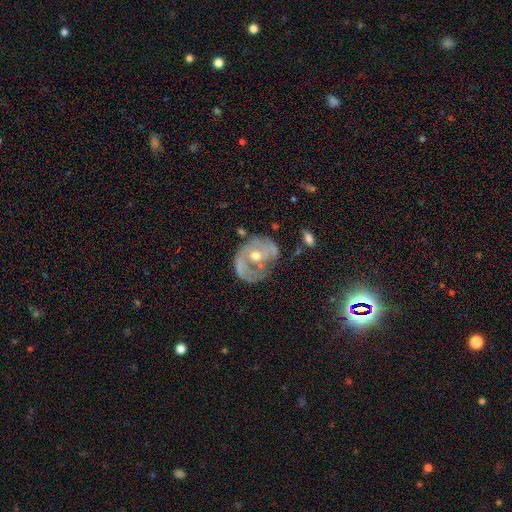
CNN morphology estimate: Smooth or featured? featured or disk (76%)
Edge-on disk? no (97%)
Bar? no (67%)
Spiral arms? yes (65%)
Bulge size? moderate (65%)
Merging? none (47%)